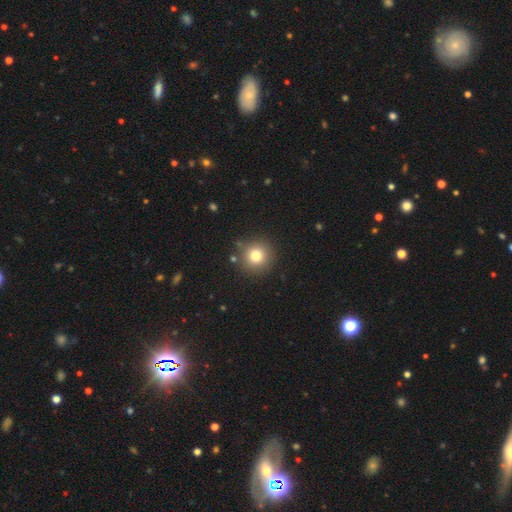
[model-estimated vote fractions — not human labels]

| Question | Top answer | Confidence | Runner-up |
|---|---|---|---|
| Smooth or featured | smooth | 78% | star or artifact (13%) |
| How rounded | round | 94% | in between (5%) |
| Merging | none | 87% | minor disturbance (7%) |